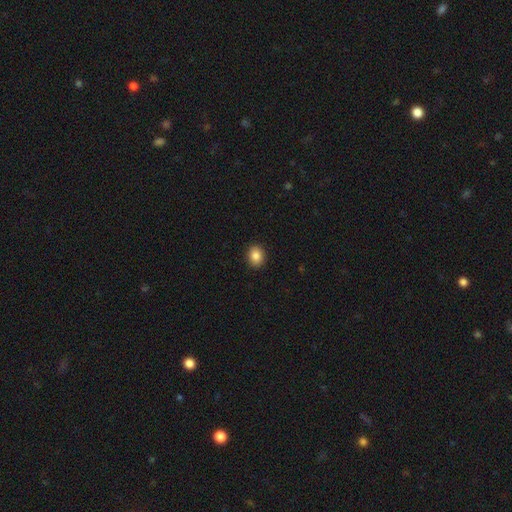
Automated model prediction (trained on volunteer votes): A smooth galaxy with no disk features (87%) that is round (54%). Merging: none (91%).